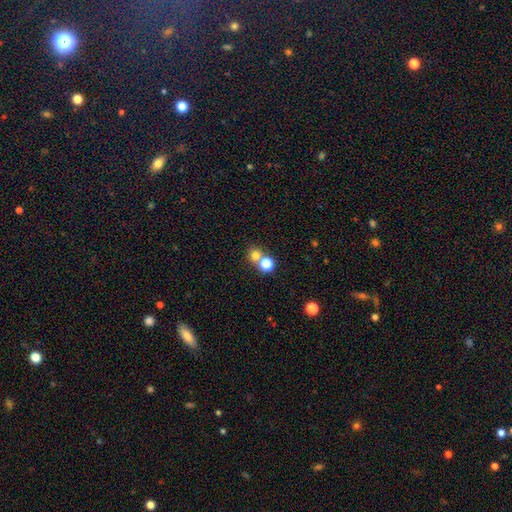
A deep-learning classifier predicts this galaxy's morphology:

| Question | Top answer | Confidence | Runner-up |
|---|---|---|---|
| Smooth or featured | smooth | 75% | star or artifact (16%) |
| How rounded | round | 86% | in between (13%) |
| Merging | none | 52% | merger (40%) |